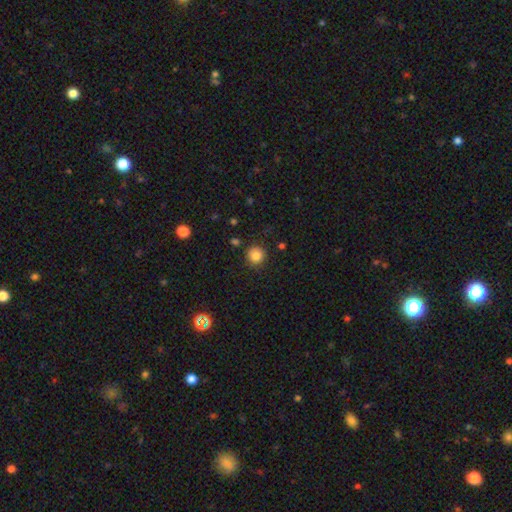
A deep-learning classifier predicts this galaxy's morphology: Q: Smooth or featured?
A: smooth (84%); runner-up: star or artifact (11%)
Q: How rounded?
A: round (93%); runner-up: in between (7%)
Q: Merging?
A: none (86%); runner-up: minor disturbance (9%)